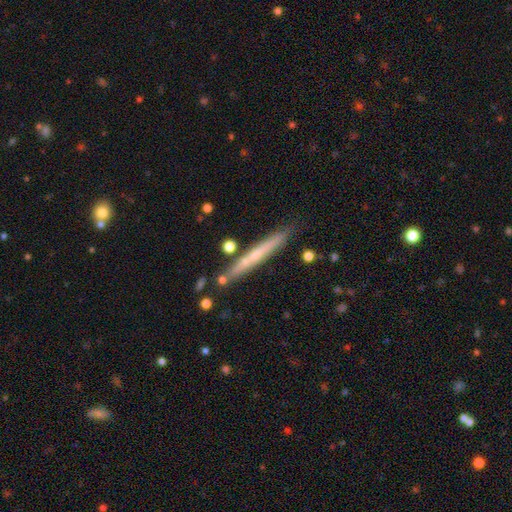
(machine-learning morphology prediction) Smooth or featured? featured or disk (48%)
Merging? none (83%)